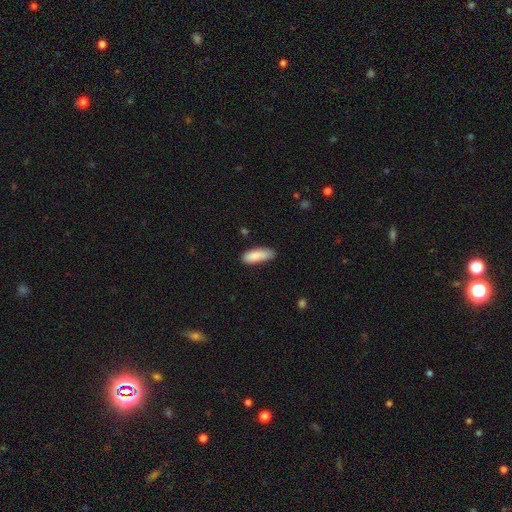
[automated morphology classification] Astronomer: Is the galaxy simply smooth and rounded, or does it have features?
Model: smooth — 87%.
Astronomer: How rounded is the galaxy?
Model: in between — 65%.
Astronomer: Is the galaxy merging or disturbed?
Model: none — 71%.